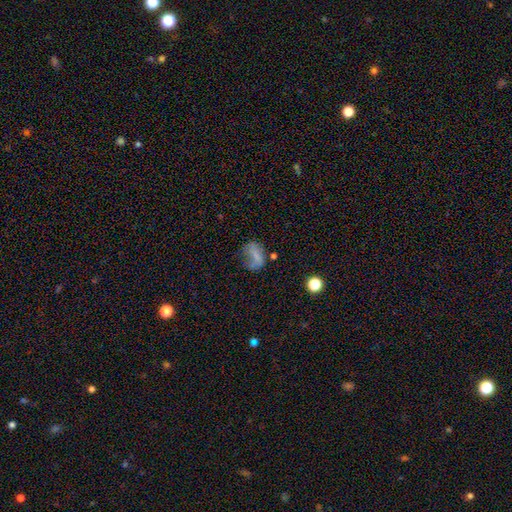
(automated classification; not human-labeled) This appears to be a smooth galaxy with no disk features (55%) that is in between round and cigar-shaped (75%). Merging: none (35%).